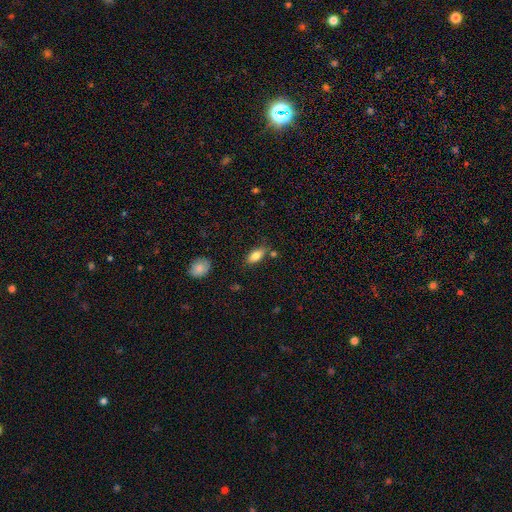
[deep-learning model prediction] Morphology: type=smooth (81%); roundness=in between (85%); merging=none (75%).